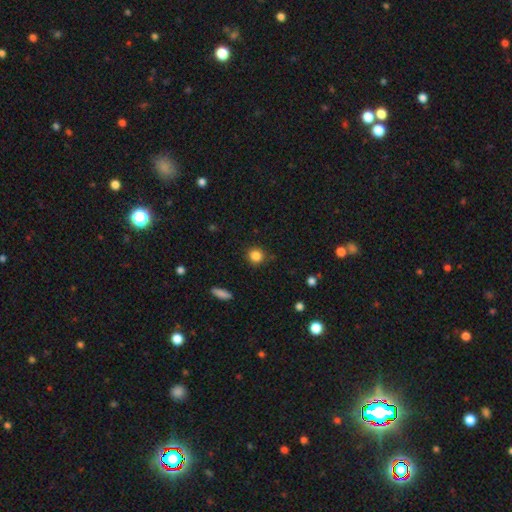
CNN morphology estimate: A smooth galaxy with no disk features (85%) that is round (91%).

Vote fractions:
- Smooth or featured? smooth: 85% / star or artifact: 11% / featured or disk: 4%
- How rounded? round: 91% / in between: 8% / cigar-shaped: 1%
- Merging? none: 88% / minor disturbance: 8% / major disturbance: 2% / merger: 2%